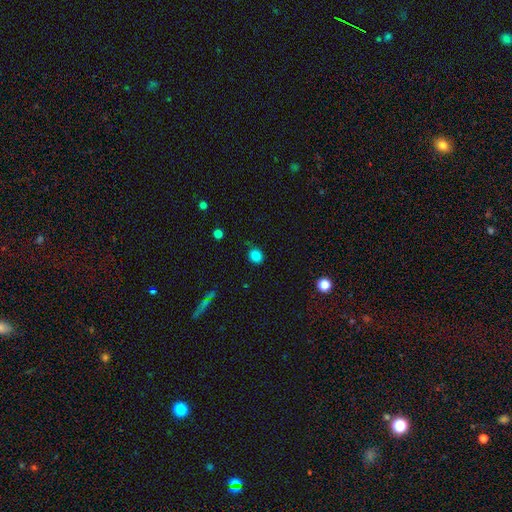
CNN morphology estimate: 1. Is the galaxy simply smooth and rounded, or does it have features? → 85% smooth, 12% star or artifact, 4% featured or disk.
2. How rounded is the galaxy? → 73% round, 26% in between, 1% cigar-shaped.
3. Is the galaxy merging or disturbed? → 80% none, 15% minor disturbance, 3% major disturbance, 2% merger.